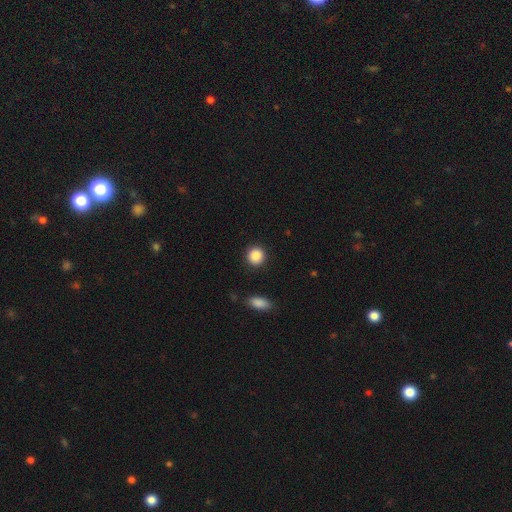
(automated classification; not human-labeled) Q: Smooth or featured?
A: smooth (89%); runner-up: star or artifact (8%)
Q: How rounded?
A: round (90%); runner-up: in between (9%)
Q: Merging?
A: none (91%); runner-up: minor disturbance (6%)